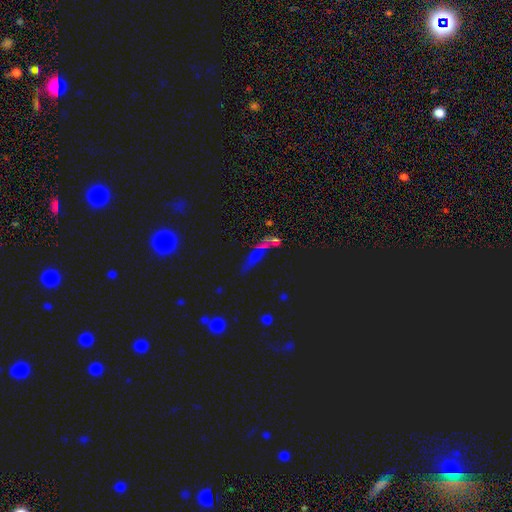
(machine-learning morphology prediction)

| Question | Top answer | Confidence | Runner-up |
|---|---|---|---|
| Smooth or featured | star or artifact | 45% | smooth (35%) |